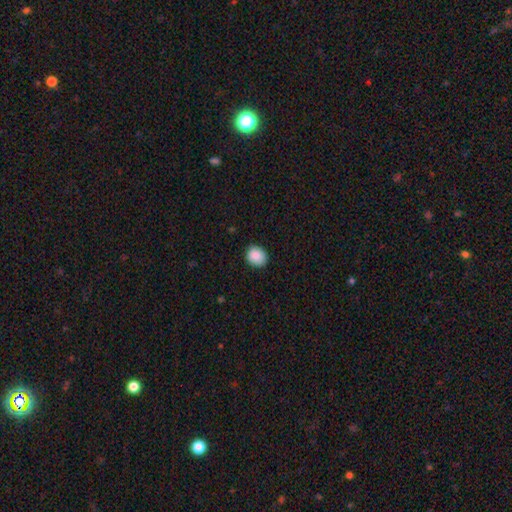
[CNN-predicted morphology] This appears to be a smooth galaxy with no disk features (88%) that is round (63%). Merging: none (86%).